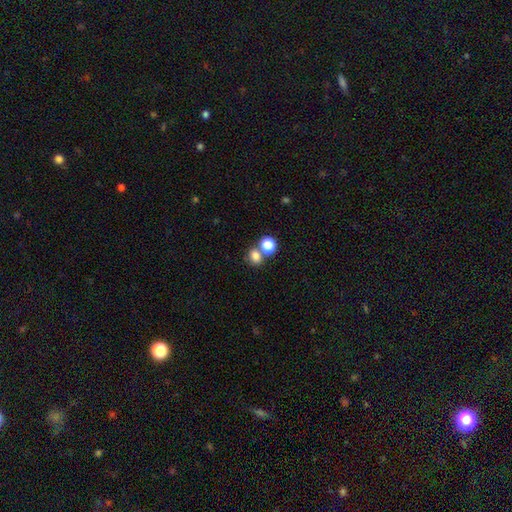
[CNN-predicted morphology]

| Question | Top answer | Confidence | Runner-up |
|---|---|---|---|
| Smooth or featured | smooth | 78% | star or artifact (14%) |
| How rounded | round | 63% | in between (36%) |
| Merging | none | 53% | merger (36%) |